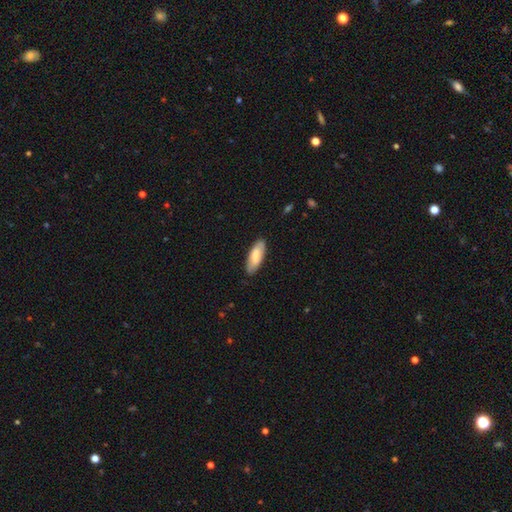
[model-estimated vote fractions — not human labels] Q: Smooth or featured?
A: smooth (74%); runner-up: featured or disk (20%)
Q: How rounded?
A: in between (68%); runner-up: cigar-shaped (30%)
Q: Merging?
A: none (83%); runner-up: minor disturbance (13%)